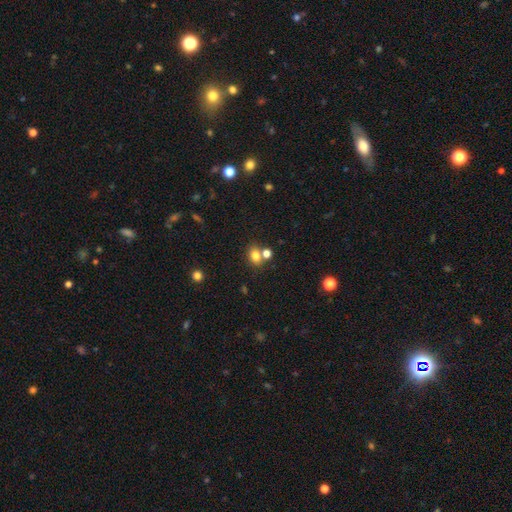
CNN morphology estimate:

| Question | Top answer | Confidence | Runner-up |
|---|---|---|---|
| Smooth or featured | smooth | 79% | star or artifact (13%) |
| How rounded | in between | 62% | round (37%) |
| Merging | none | 57% | merger (28%) |